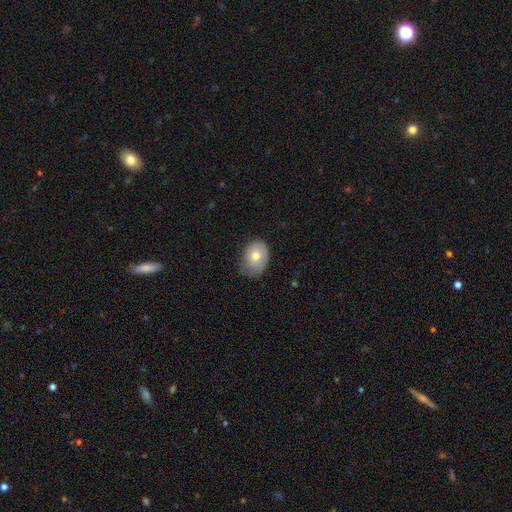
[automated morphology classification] Smooth or featured: smooth — 74% (featured or disk — 18%)
How rounded: in between — 68% (round — 31%)
Merging: none — 60% (minor disturbance — 31%)